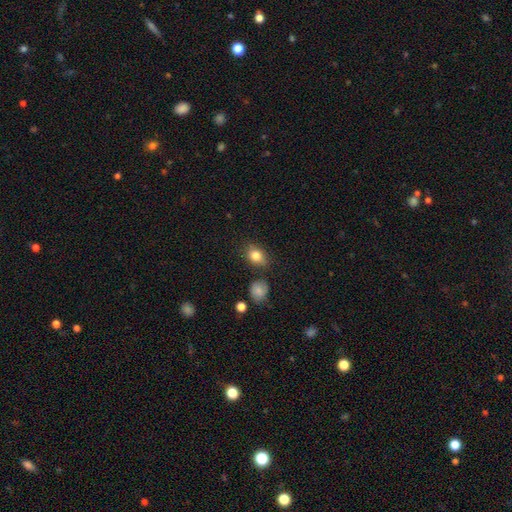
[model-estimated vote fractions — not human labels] Morphology: type=smooth (82%); roundness=in between (69%); merging=none (74%).